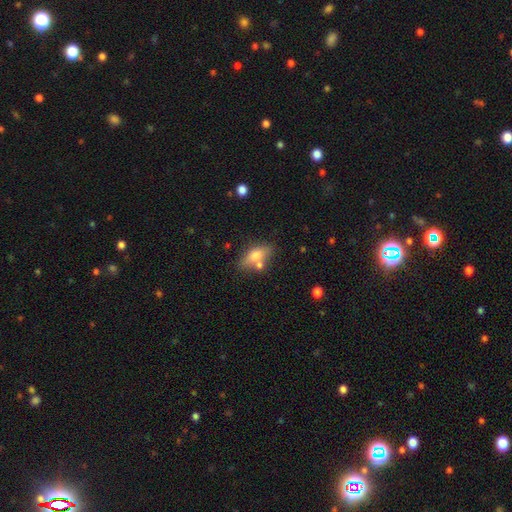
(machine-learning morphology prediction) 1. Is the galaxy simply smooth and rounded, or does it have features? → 68% smooth, 24% featured or disk, 8% star or artifact.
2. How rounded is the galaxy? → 73% in between, 21% cigar-shaped, 5% round.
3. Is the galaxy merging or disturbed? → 63% none, 17% merger, 15% minor disturbance, 5% major disturbance.